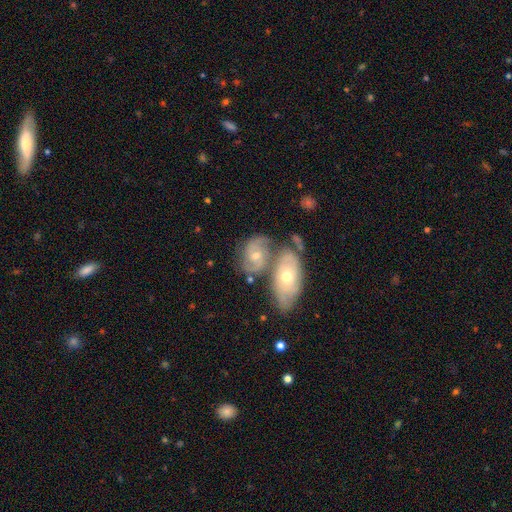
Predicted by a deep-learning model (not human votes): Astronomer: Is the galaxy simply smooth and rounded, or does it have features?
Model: featured or disk — 77%.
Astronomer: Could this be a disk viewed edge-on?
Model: no — 96%.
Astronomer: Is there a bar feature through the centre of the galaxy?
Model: no — 64%.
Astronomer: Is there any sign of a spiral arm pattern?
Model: yes — 93%.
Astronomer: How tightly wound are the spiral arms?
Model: medium — 49% (runner-up: tight, 37%).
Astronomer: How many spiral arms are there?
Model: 2 — 73%.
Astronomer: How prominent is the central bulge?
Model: moderate — 54% (runner-up: small, 42%).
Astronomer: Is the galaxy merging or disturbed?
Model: merger — 45% (runner-up: none, 36%).